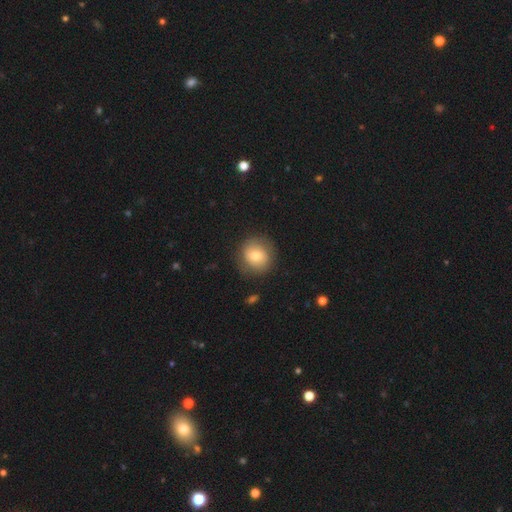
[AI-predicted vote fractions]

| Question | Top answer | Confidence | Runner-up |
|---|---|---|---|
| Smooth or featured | smooth | 69% | featured or disk (23%) |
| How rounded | round | 86% | in between (13%) |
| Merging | none | 81% | minor disturbance (13%) |